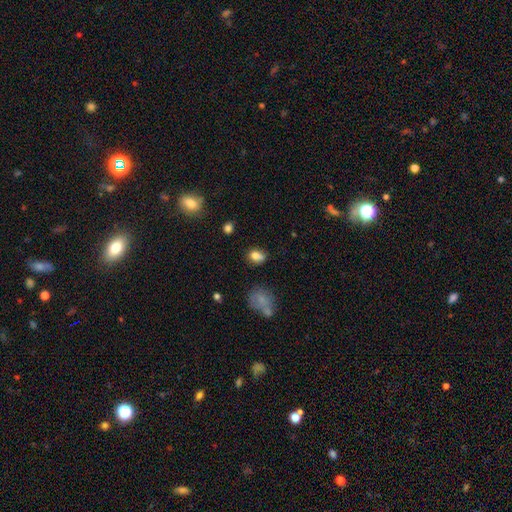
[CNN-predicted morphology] This is likely a smooth galaxy (80%). How rounded: likely in between (65%). Merging: likely none (66%).